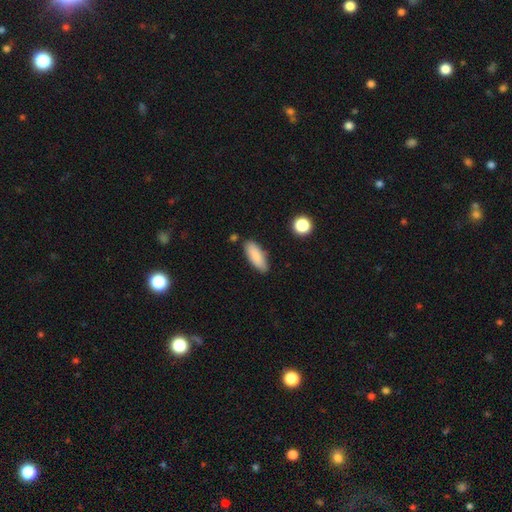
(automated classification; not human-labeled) A smooth galaxy with no disk features (86%) that is in between round and cigar-shaped (70%). Merging: none (81%).